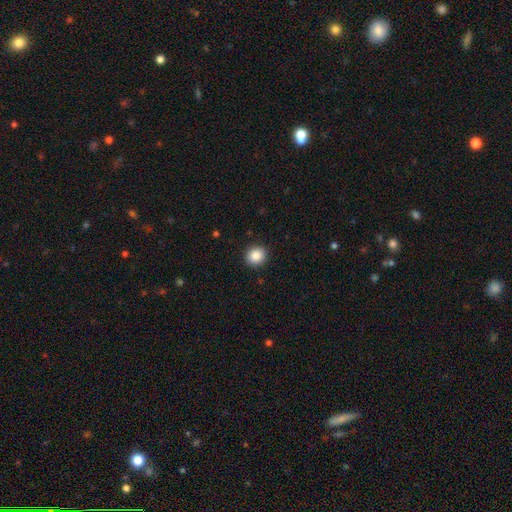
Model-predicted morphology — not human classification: type=smooth (88%); roundness=round (88%); merging=none (91%).